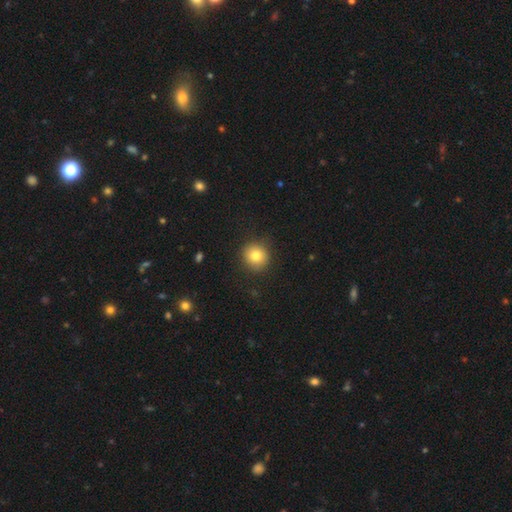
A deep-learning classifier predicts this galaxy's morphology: Smooth or featured?
  - smooth: 81% *
  - star or artifact: 10%
  - featured or disk: 9%
How rounded?
  - round: 91% *
  - in between: 8%
  - cigar-shaped: 1%
Merging?
  - none: 89% *
  - minor disturbance: 8%
  - major disturbance: 2%
  - merger: 1%